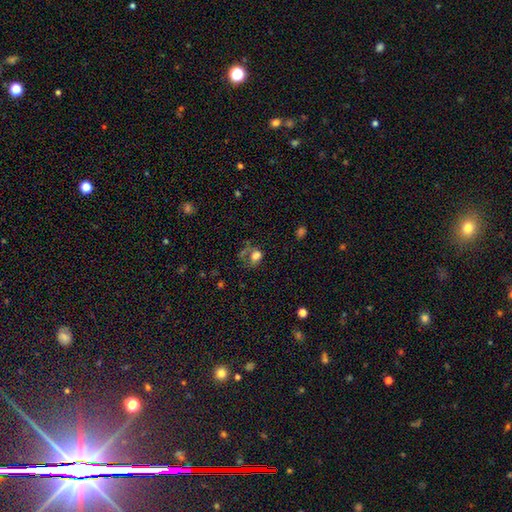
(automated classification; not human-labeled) Smooth or featured? smooth (64%)
How rounded? in between (65%)
Merging? none (31%)